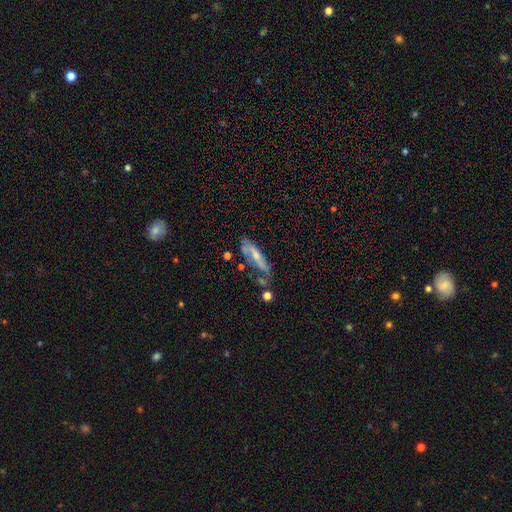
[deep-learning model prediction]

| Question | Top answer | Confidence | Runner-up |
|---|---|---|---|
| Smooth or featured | featured or disk | 50% | smooth (42%) |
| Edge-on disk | no | 56% | yes (44%) |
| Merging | none | 49% | minor disturbance (28%) |